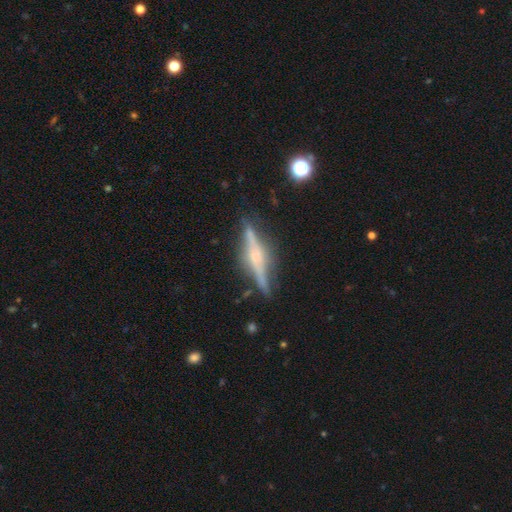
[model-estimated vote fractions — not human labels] Smooth or featured: featured or disk — 80% (smooth — 13%)
Edge-on disk: yes — 97% (no — 3%)
Edge-on bulge: rounded — 77% (boxy — 16%)
Merging: none — 84% (minor disturbance — 11%)